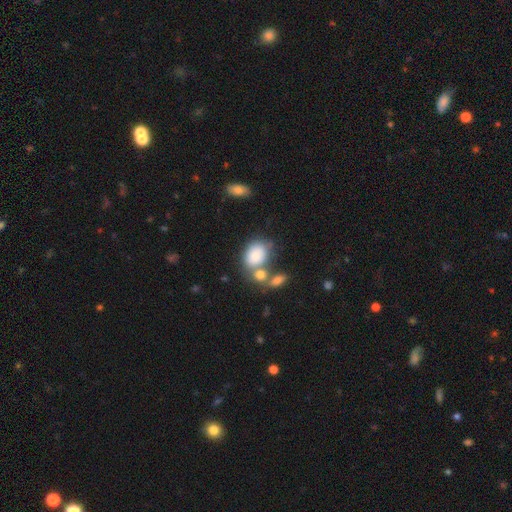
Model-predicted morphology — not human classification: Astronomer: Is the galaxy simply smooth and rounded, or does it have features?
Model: smooth — 79%.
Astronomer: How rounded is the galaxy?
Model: in between — 66%.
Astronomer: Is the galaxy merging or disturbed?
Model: none — 39% (runner-up: merger, 38%).